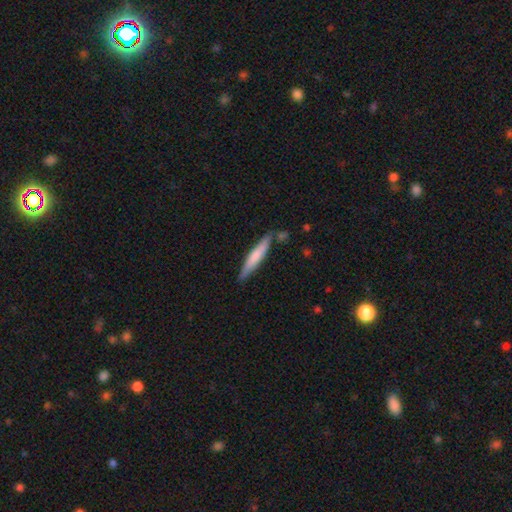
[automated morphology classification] Q: Smooth or featured?
A: smooth (64%); runner-up: featured or disk (30%)
Q: How rounded?
A: cigar-shaped (92%); runner-up: in between (7%)
Q: Merging?
A: none (81%); runner-up: minor disturbance (12%)